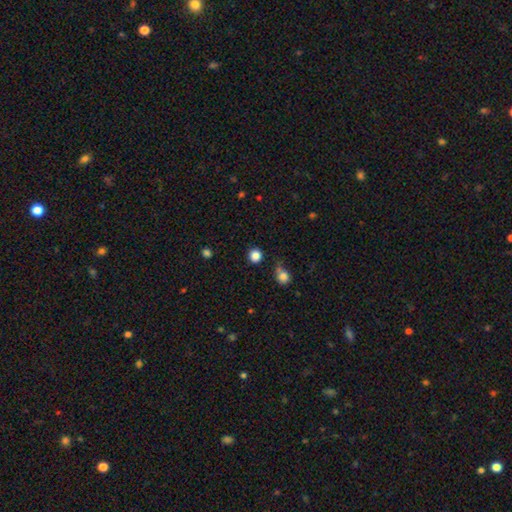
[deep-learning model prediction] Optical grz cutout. It shows a smooth galaxy with no disk features (84%) that is round (92%). Merging: none (84%).